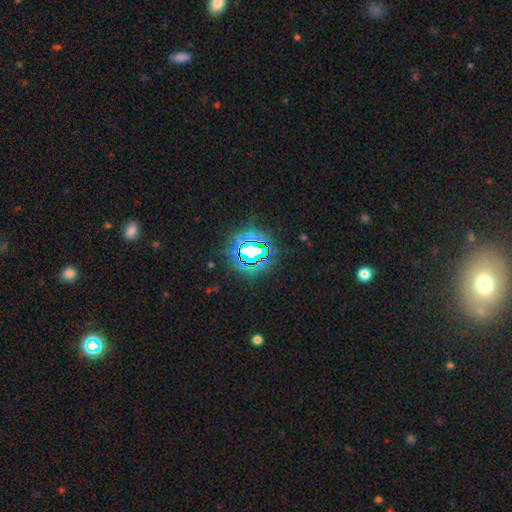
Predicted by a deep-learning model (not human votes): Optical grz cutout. It shows a star or artifact, not a galaxy (75%).